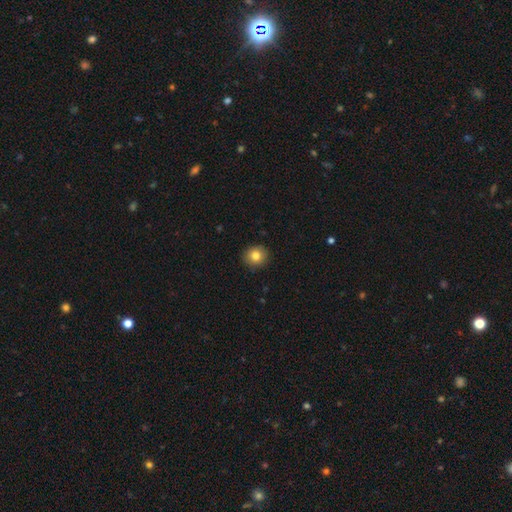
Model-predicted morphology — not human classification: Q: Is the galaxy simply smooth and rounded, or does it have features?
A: smooth — 82%.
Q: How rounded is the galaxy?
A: round — 89%.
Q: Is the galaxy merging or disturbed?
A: none — 91%.